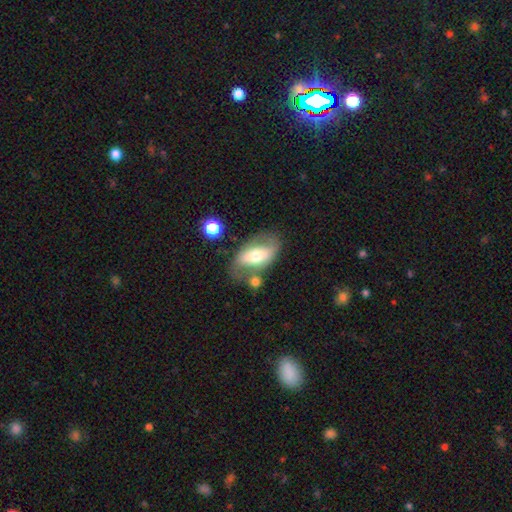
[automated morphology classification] featured or disk 49%, smooth 44%, star or artifact 7%. Down the decision tree: merging — none (56%).